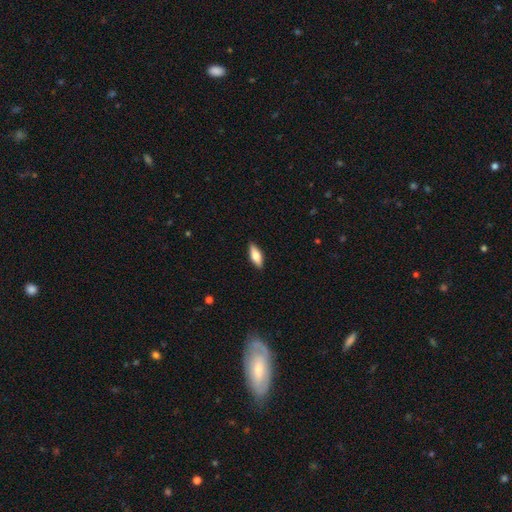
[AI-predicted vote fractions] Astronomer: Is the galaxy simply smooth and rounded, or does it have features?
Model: smooth — 73%.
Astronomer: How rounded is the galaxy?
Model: in between — 70%.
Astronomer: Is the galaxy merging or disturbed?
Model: none — 89%.